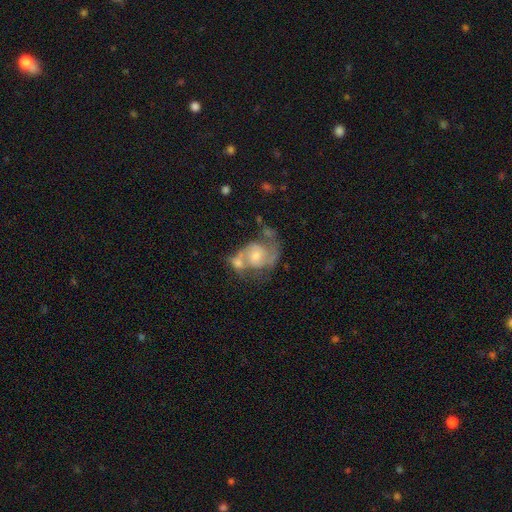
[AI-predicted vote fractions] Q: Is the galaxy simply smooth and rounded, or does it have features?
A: featured or disk — 77%.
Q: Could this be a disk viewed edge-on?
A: no — 98%.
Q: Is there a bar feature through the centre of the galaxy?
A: no — 66%.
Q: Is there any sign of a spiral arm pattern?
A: yes — 90%.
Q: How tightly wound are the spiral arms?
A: medium — 51%.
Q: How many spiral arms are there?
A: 2 — 78%.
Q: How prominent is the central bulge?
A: moderate — 51%.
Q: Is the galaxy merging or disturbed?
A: merger — 37%.